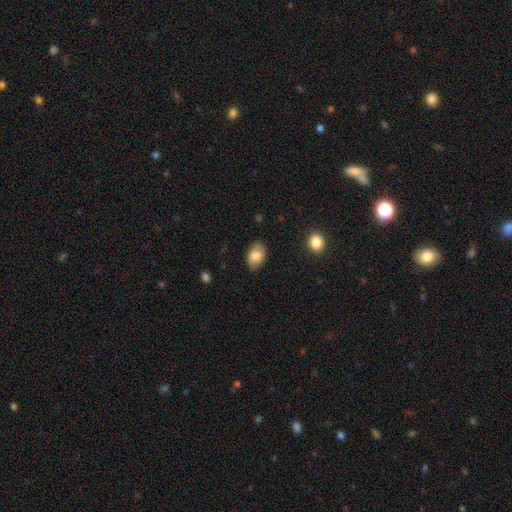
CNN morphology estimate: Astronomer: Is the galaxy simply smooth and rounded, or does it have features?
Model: smooth — 78%.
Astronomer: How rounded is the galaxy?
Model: in between — 84%.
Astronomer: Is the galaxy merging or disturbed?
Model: none — 77%.